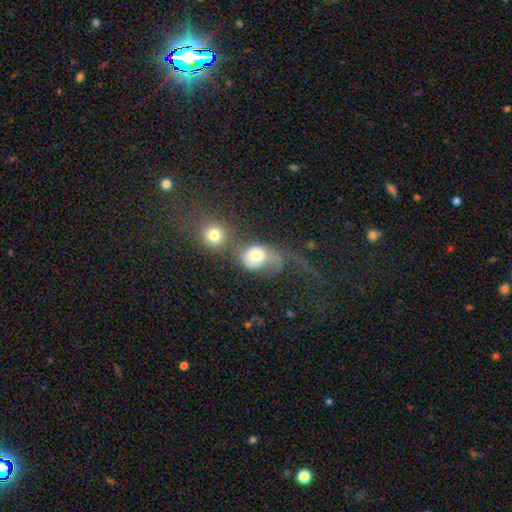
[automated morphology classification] Overall: smooth (52%; featured or disk 38%). How rounded: round (60%; in between 39%). Merging: merger (39%; major disturbance 34%).